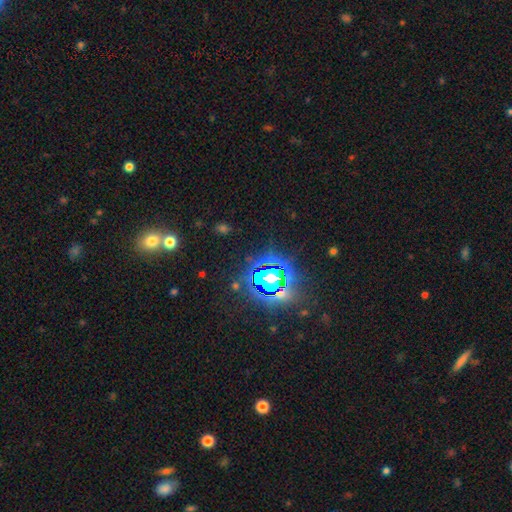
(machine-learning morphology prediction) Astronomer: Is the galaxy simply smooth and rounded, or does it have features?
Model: star or artifact — 84%.